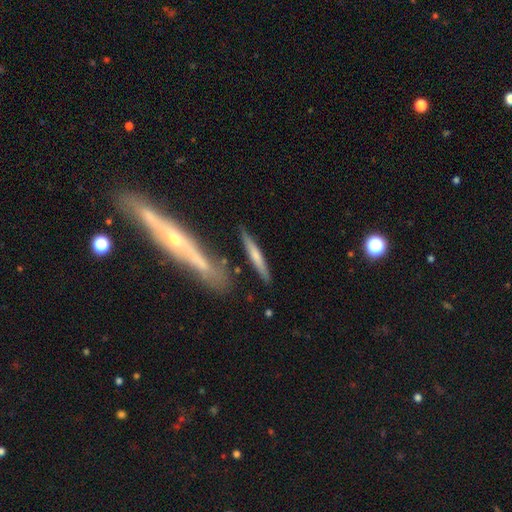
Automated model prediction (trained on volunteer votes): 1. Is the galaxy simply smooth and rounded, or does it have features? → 56% smooth, 38% featured or disk, 6% star or artifact.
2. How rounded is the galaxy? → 91% cigar-shaped, 7% in between, 2% round.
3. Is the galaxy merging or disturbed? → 73% none, 12% minor disturbance, 11% merger, 4% major disturbance.